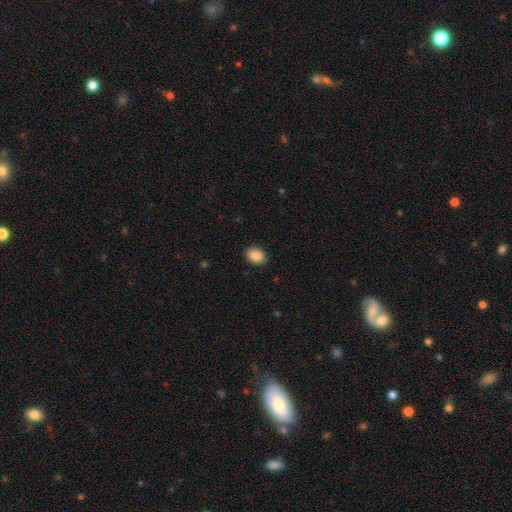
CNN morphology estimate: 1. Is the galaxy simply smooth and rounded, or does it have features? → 89% smooth, 8% star or artifact, 3% featured or disk.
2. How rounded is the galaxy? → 67% in between, 32% round, 1% cigar-shaped.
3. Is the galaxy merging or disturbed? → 89% none, 8% minor disturbance, 2% major disturbance, 1% merger.